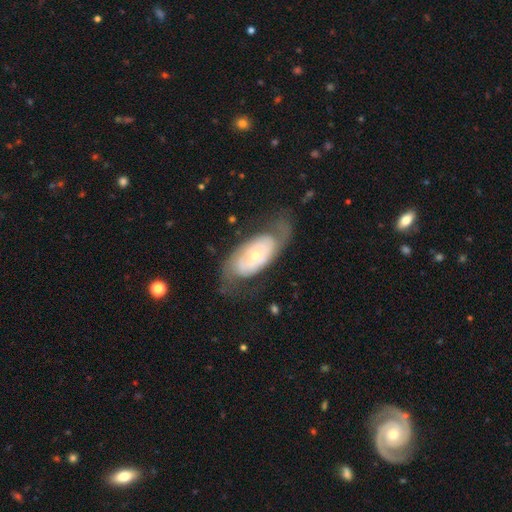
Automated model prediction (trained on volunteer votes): smooth_or_featured: featured or disk (p=0.72) [alt: smooth p=0.22]
disk_edge_on: no (p=0.91) [alt: yes p=0.09]
bar: no (p=0.76) [alt: weak p=0.17]
has_spiral_arms: yes (p=0.76) [alt: no p=0.24]
bulge_size: small (p=0.66) [alt: moderate p=0.29]
merging: none (p=0.60) [alt: minor disturbance p=0.21]